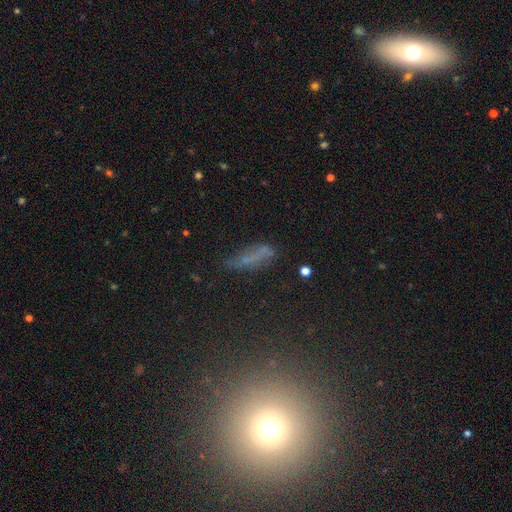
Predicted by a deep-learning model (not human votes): Smooth or featured?
  - smooth: 42% *
  - star or artifact: 32%
  - featured or disk: 26%
Merging?
  - none: 71% *
  - minor disturbance: 15%
  - major disturbance: 8%
  - merger: 5%